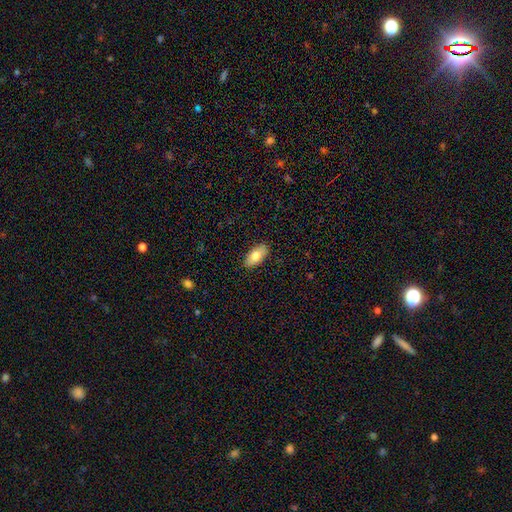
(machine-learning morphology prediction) smooth 78%, featured or disk 15%, star or artifact 7%. Down the decision tree: how rounded — in between (91%); merging — none (88%).